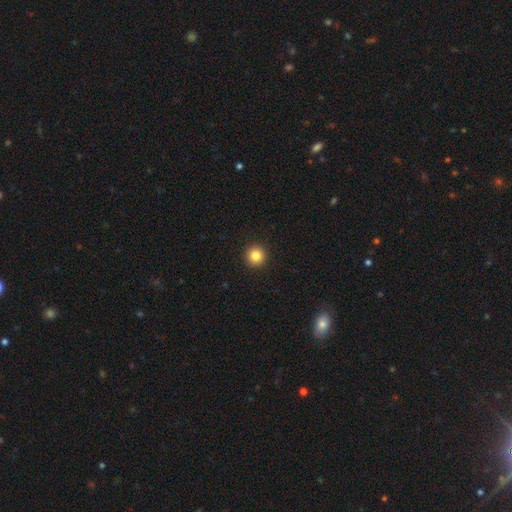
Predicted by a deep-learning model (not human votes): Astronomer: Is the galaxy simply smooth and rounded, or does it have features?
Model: smooth — 85%.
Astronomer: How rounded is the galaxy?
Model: round — 96%.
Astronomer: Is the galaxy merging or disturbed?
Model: none — 93%.